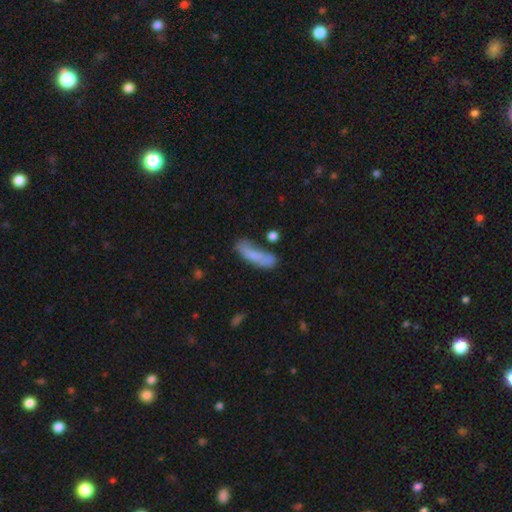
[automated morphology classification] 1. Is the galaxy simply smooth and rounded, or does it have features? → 72% smooth, 20% featured or disk, 8% star or artifact.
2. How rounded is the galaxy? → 55% cigar-shaped, 42% in between, 2% round.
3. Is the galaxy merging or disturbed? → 51% none, 26% minor disturbance, 11% merger, 11% major disturbance.